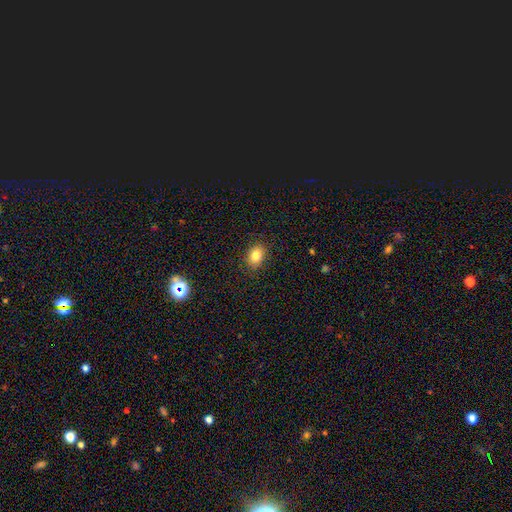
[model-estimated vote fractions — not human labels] This is clearly a smooth galaxy (83%). How rounded: likely in between (66%). Merging: clearly none (87%).